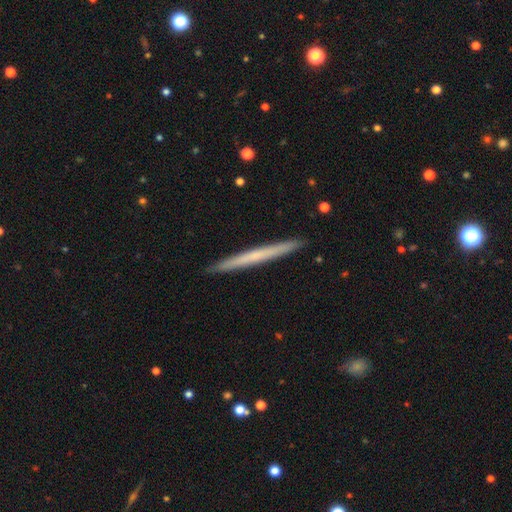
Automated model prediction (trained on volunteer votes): This is possibly a smooth galaxy (49%). Merging: clearly none (93%).